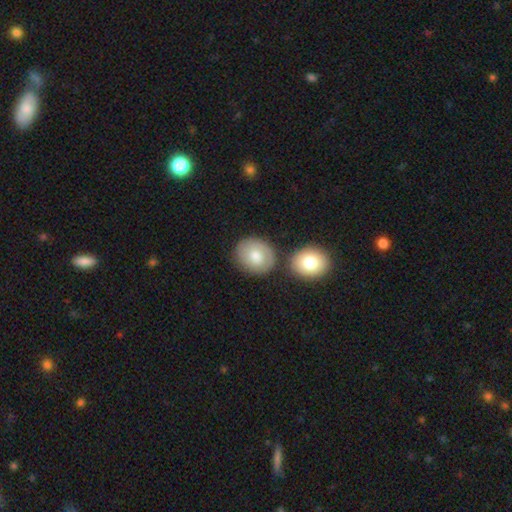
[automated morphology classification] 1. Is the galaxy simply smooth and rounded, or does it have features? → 61% smooth, 32% featured or disk, 7% star or artifact.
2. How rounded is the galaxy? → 64% round, 35% in between, 1% cigar-shaped.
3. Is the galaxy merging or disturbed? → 69% none, 16% minor disturbance, 11% merger, 5% major disturbance.